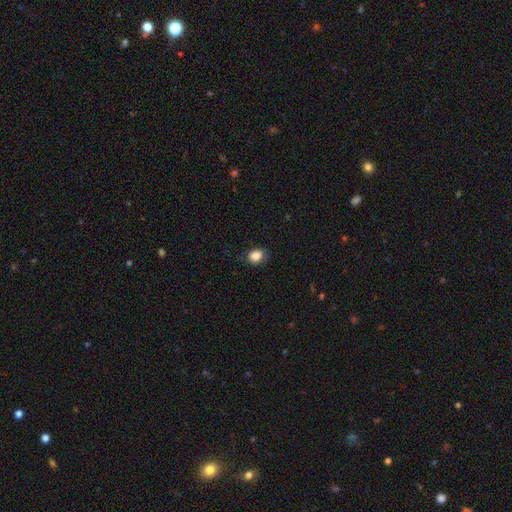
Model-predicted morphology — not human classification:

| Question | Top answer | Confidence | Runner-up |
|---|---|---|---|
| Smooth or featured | smooth | 86% | star or artifact (10%) |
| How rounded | round | 53% | in between (46%) |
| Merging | none | 80% | minor disturbance (16%) |